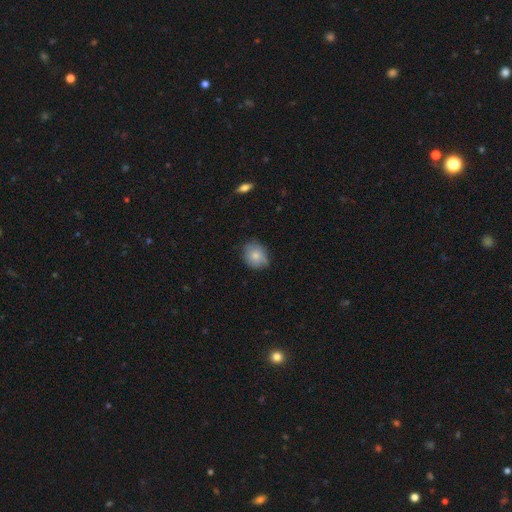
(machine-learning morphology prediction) This appears to be a smooth galaxy with no disk features (78%) that is round (66%). Merging: none (67%).